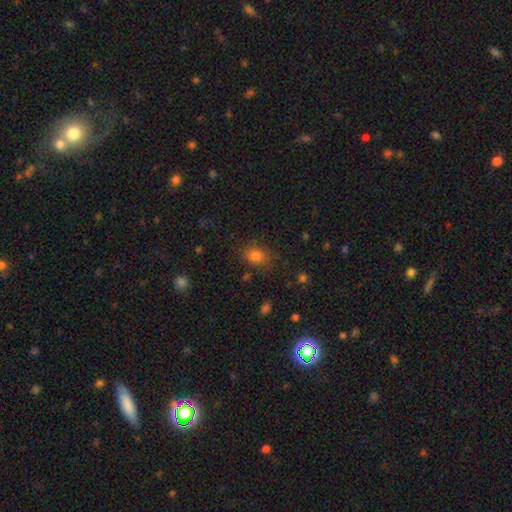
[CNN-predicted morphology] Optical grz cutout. It shows a smooth galaxy with no disk features (77%) that is round (50%). Merging: none (79%).